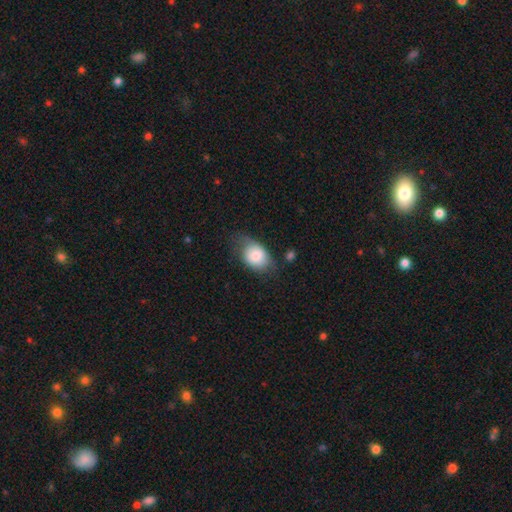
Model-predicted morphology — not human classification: Smooth or featured? Predicted: smooth (p=0.79). How rounded? Predicted: in between (p=0.71). Merging? Predicted: none (p=0.46).